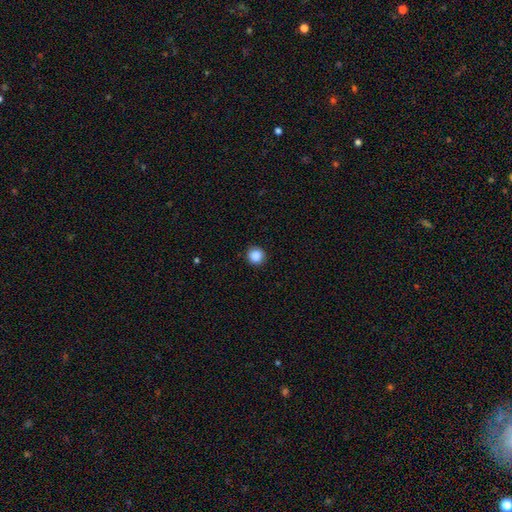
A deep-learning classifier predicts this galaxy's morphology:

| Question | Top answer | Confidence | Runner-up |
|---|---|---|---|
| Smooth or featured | smooth | 88% | star or artifact (9%) |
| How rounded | round | 94% | in between (5%) |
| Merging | none | 91% | minor disturbance (6%) |